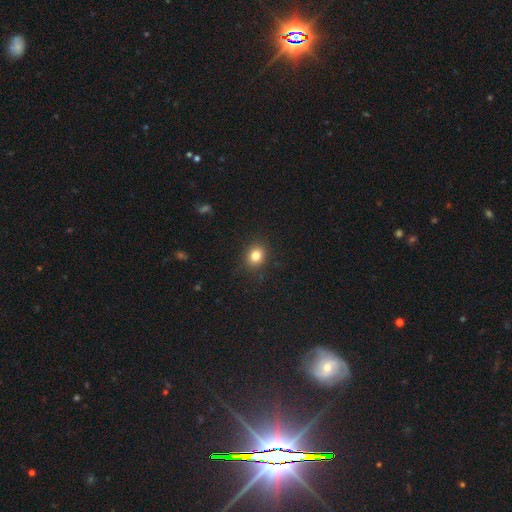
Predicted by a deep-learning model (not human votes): The model was most divided on "how rounded": round: 62%, in between: 37%, cigar-shaped: 1%. More confident: merging — none (88%); smooth or featured — smooth (82%).